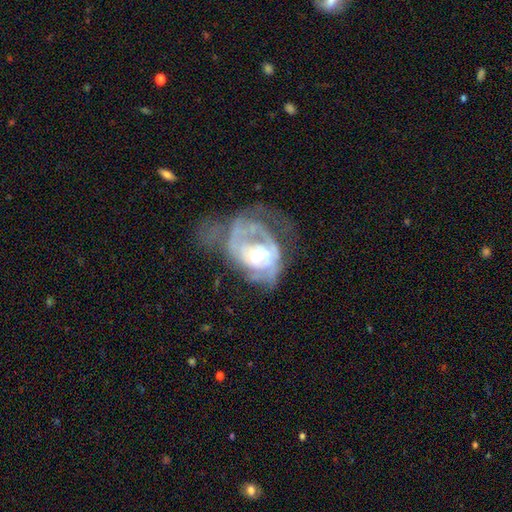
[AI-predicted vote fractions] A featured or disk galaxy (79%) with no bar (76%), spiral arms (64%) and a moderate central bulge (65%).

Vote fractions:
- Smooth or featured? featured or disk: 79% / smooth: 13% / star or artifact: 8%
- Edge-on disk? no: 97% / yes: 3%
- Bar? no: 76% / weak: 19% / strong: 5%
- Spiral arms? yes: 64% / no: 36%
- Bulge size? moderate: 65% / small: 22% / large: 10% / none: 2% / dominant: 2%
- Merging? major disturbance: 52% / none: 20% / minor disturbance: 15% / merger: 14%